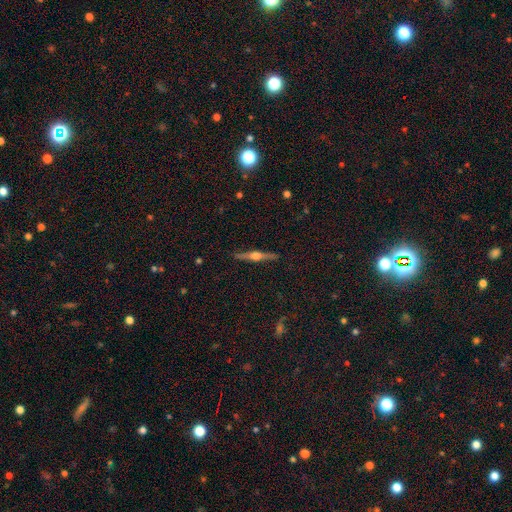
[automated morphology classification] smooth-or-featured: featured or disk: 77% | smooth: 17% | star or artifact: 6%
  disk-edge-on: yes: 98% | no: 2%
    edge-on-bulge: rounded: 93% | boxy: 4% | none: 3%
  merging: none: 90% | minor disturbance: 7% | major disturbance: 1% | merger: 1%